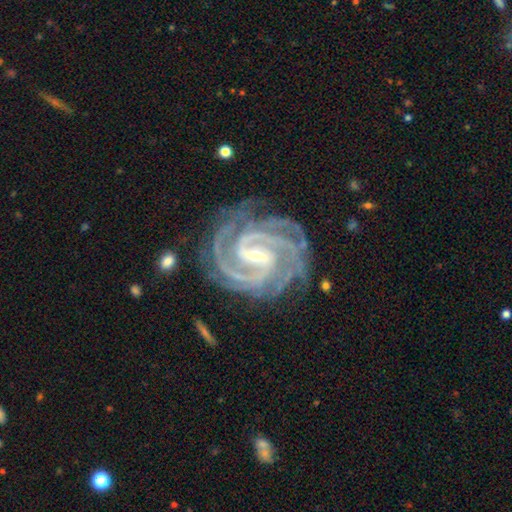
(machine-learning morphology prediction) smooth_or_featured: featured or disk (p=0.94) [alt: star or artifact p=0.04]
disk_edge_on: no (p=0.98) [alt: yes p=0.02]
bar: strong (p=0.50) [alt: weak p=0.38]
has_spiral_arms: yes (p=0.99) [alt: no p=0.01]
spiral_winding: tight (p=0.72) [alt: medium p=0.26]
spiral_arm_count: 3 (p=0.29) [alt: 4 p=0.28]
bulge_size: small (p=0.66) [alt: moderate p=0.31]
merging: none (p=0.79) [alt: minor disturbance p=0.15]